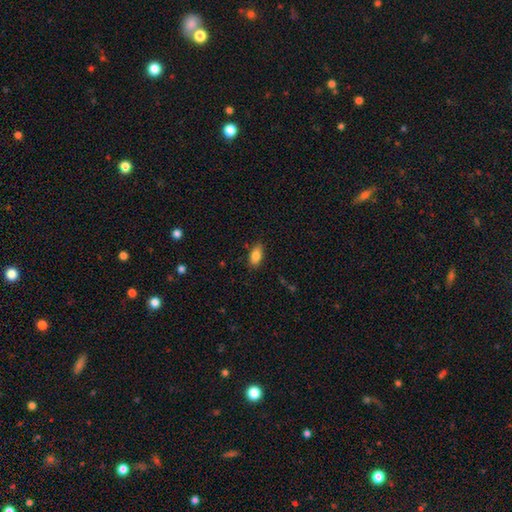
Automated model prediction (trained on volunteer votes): Smooth or featured: smooth — 84% (featured or disk — 8%)
How rounded: in between — 88% (cigar-shaped — 7%)
Merging: none — 82% (minor disturbance — 14%)